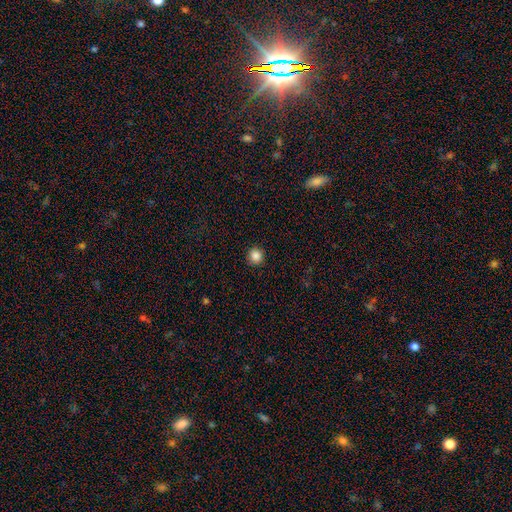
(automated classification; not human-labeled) smooth_or_featured: smooth (p=0.86) [alt: star or artifact p=0.11]
how_rounded: round (p=0.94) [alt: in between p=0.05]
merging: none (p=0.92) [alt: minor disturbance p=0.05]